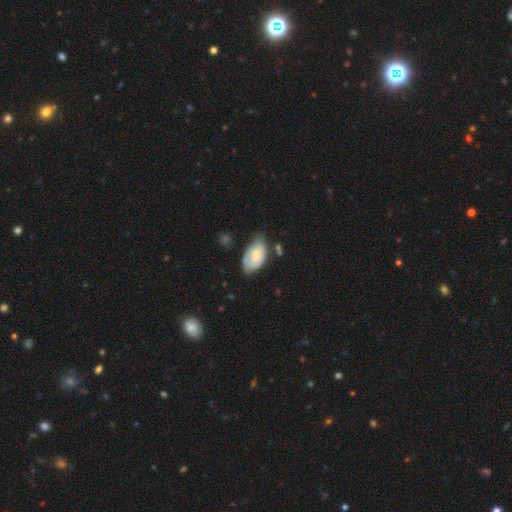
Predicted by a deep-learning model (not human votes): smooth 57%, featured or disk 37%, star or artifact 7%. Down the decision tree: how rounded — in between (93%); merging — none (48%).